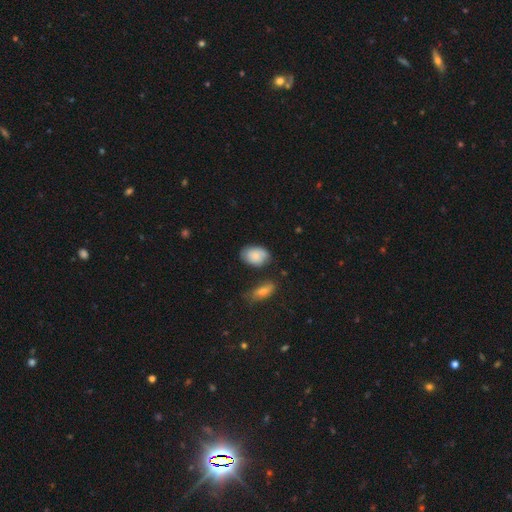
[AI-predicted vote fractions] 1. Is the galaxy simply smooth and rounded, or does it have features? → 73% smooth, 20% featured or disk, 7% star or artifact.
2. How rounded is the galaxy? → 83% in between, 16% round, 1% cigar-shaped.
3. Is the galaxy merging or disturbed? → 63% none, 24% minor disturbance, 7% merger, 6% major disturbance.